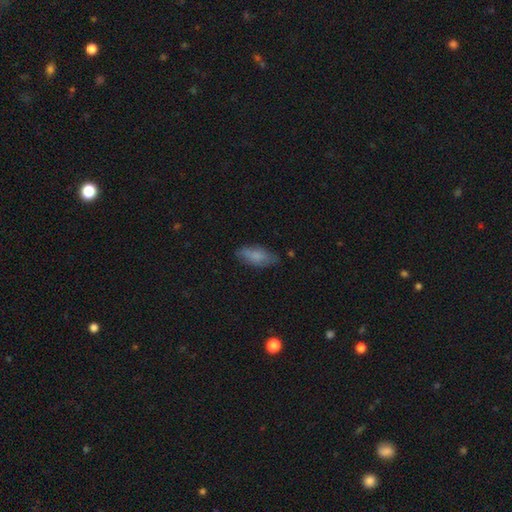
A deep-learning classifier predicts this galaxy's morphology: smooth-or-featured: smooth: 77% | featured or disk: 15% | star or artifact: 8%
  how-rounded: in between: 71% | cigar-shaped: 27% | round: 2%
  merging: none: 74% | minor disturbance: 20% | major disturbance: 5% | merger: 2%